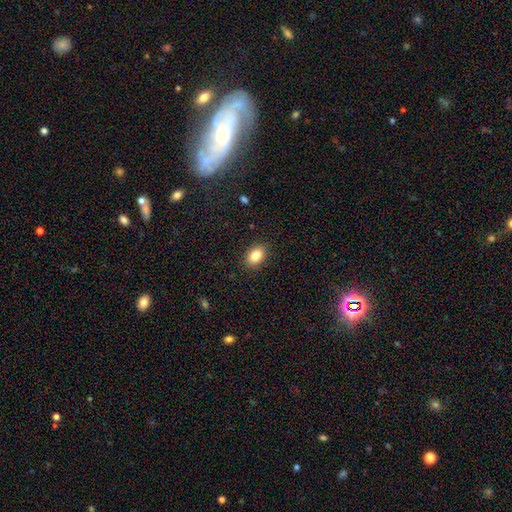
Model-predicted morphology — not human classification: smooth_or_featured: smooth (p=0.84) [alt: star or artifact p=0.09]
how_rounded: in between (p=0.80) [alt: round p=0.18]
merging: none (p=0.88) [alt: minor disturbance p=0.09]